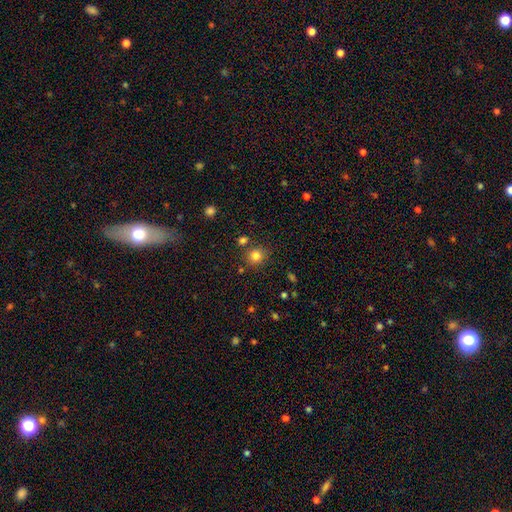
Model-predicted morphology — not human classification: Smooth or featured?
  - smooth: 82% *
  - star or artifact: 13%
  - featured or disk: 6%
How rounded?
  - round: 82% *
  - in between: 17%
  - cigar-shaped: 1%
Merging?
  - none: 79% *
  - minor disturbance: 10%
  - merger: 8%
  - major disturbance: 3%